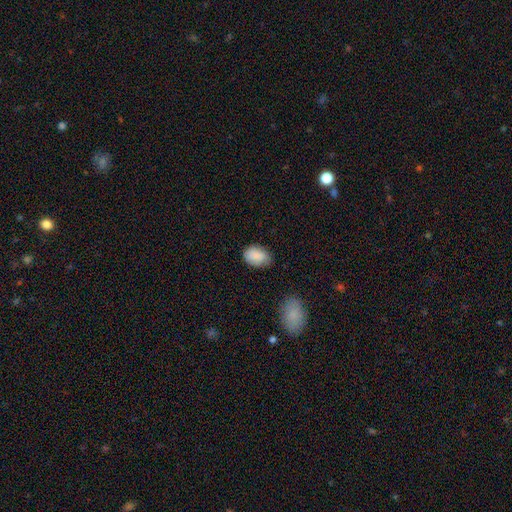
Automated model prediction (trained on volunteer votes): A smooth galaxy with no disk features (88%) that is in between round and cigar-shaped (83%). Merging: none (74%).